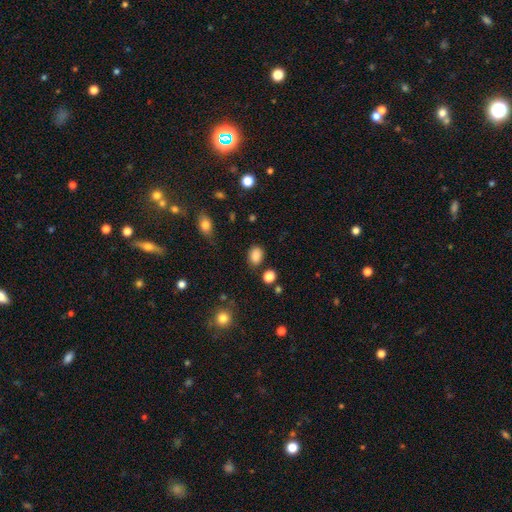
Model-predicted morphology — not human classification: smooth 85%, star or artifact 10%, featured or disk 5%. Down the decision tree: how rounded — in between (64%); merging — none (80%).